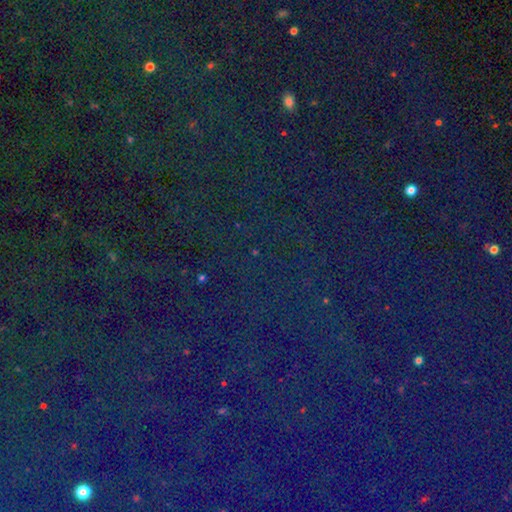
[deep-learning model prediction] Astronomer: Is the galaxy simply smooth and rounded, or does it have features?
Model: star or artifact — 82%.